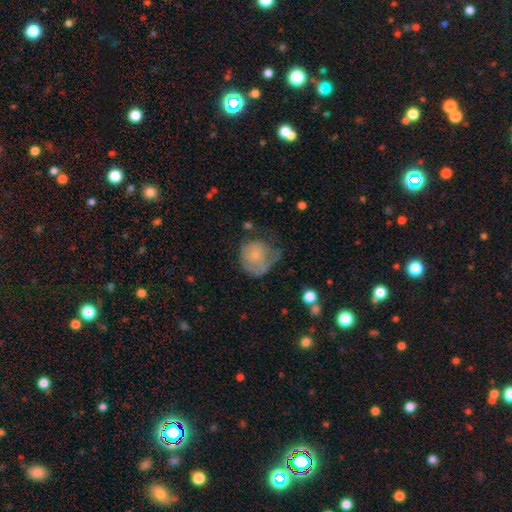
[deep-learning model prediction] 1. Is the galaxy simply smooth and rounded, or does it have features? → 55% smooth, 36% featured or disk, 9% star or artifact.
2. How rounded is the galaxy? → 71% round, 28% in between, 1% cigar-shaped.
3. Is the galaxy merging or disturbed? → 34% none, 32% minor disturbance, 31% major disturbance, 3% merger.